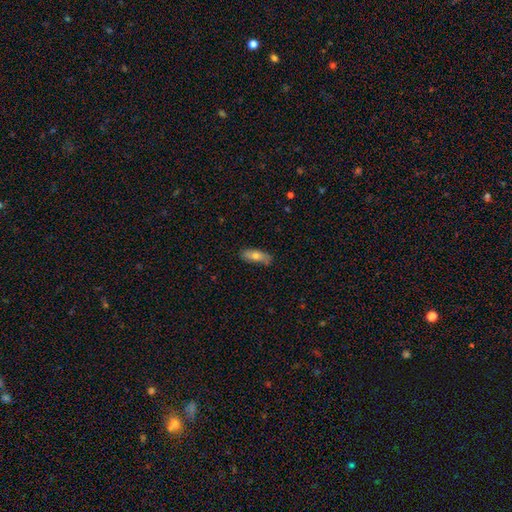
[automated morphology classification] Overall: smooth (69%). How rounded: in between (69%). Merging: none (77%).